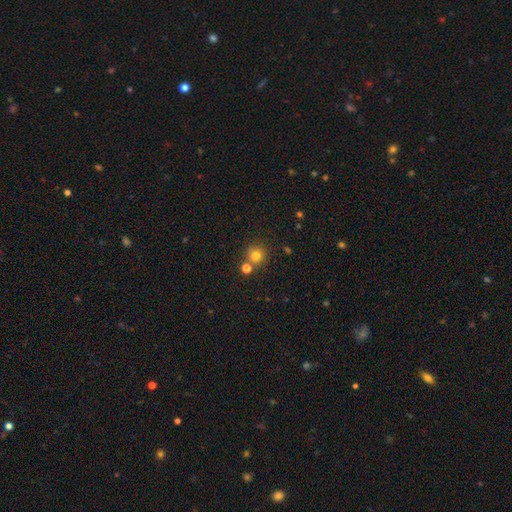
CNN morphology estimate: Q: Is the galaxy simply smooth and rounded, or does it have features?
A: smooth — 78%.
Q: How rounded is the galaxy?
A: round — 90%.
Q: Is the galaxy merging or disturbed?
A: none — 68%.